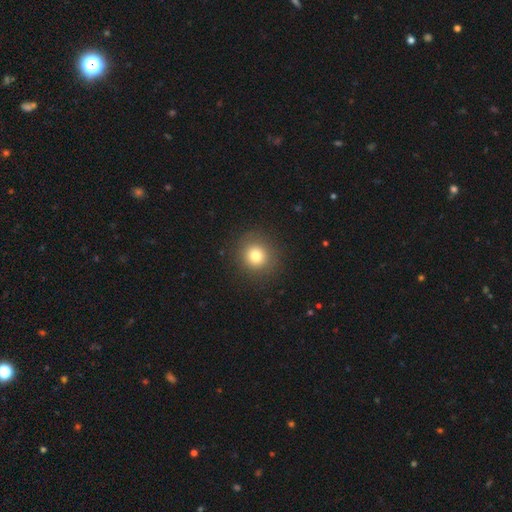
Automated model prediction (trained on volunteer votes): Smooth or featured: smooth — 79% (star or artifact — 12%)
How rounded: round — 91% (in between — 9%)
Merging: none — 89% (minor disturbance — 7%)